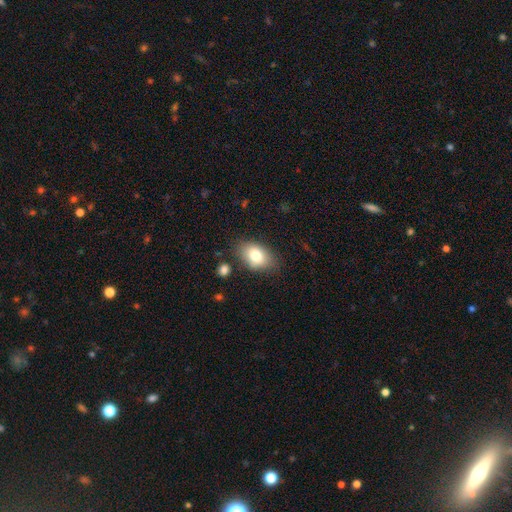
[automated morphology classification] smooth_or_featured: smooth (p=0.80) [alt: featured or disk p=0.12]
how_rounded: in between (p=0.87) [alt: round p=0.12]
merging: none (p=0.77) [alt: minor disturbance p=0.16]